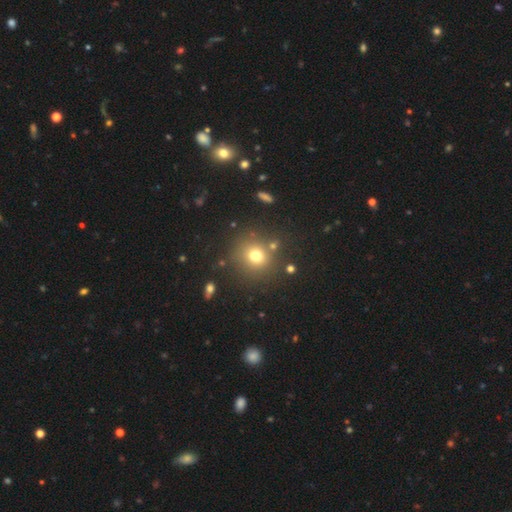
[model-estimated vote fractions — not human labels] Smooth or featured? Predicted: smooth (p=0.73). How rounded? Predicted: round (p=0.85). Merging? Predicted: none (p=0.78).